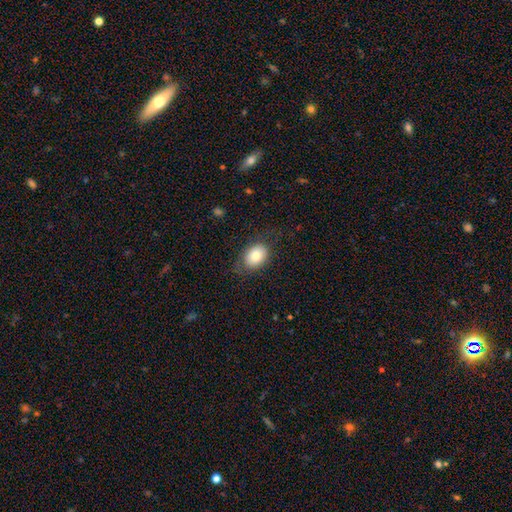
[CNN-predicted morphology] This is likely a smooth galaxy (79%). How rounded: likely in between (76%). Merging: likely none (76%).